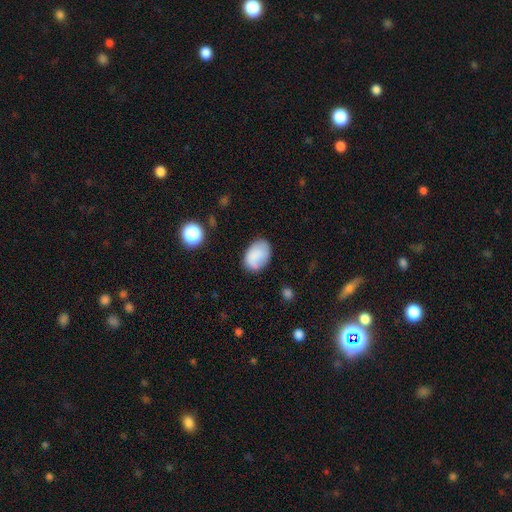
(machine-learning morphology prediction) Smooth or featured? smooth (81%)
How rounded? in between (83%)
Merging? none (75%)